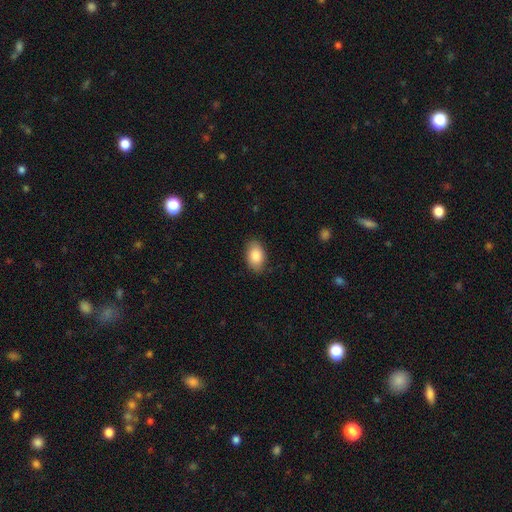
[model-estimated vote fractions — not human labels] smooth_or_featured: smooth (p=0.87) [alt: featured or disk p=0.07]
how_rounded: in between (p=0.90) [alt: round p=0.08]
merging: none (p=0.84) [alt: minor disturbance p=0.13]